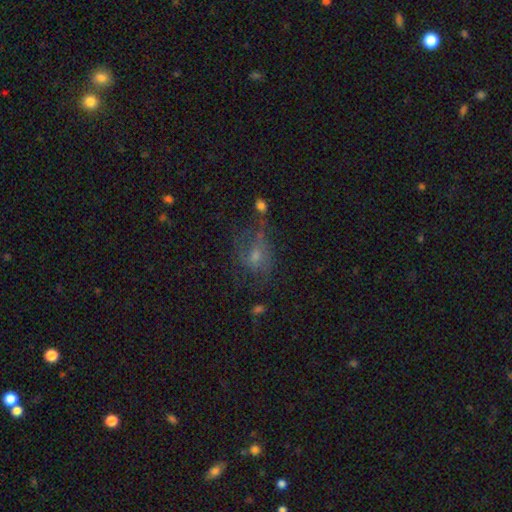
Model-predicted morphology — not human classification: Q: Smooth or featured?
A: featured or disk (40%); runner-up: smooth (38%)
Q: Merging?
A: none (42%); runner-up: major disturbance (28%)